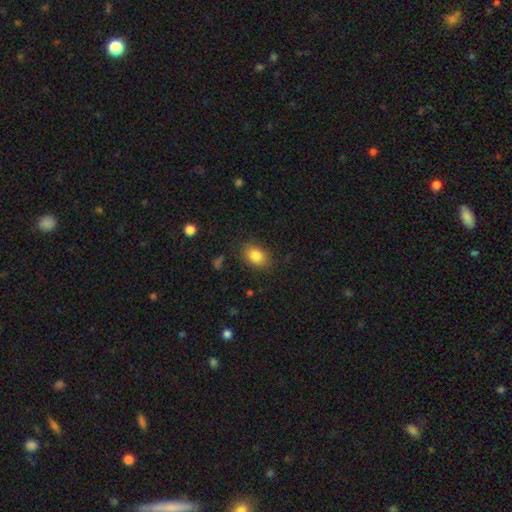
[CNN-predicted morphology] Q: Smooth or featured?
A: smooth (85%); runner-up: star or artifact (9%)
Q: How rounded?
A: in between (78%); runner-up: round (21%)
Q: Merging?
A: none (83%); runner-up: minor disturbance (12%)